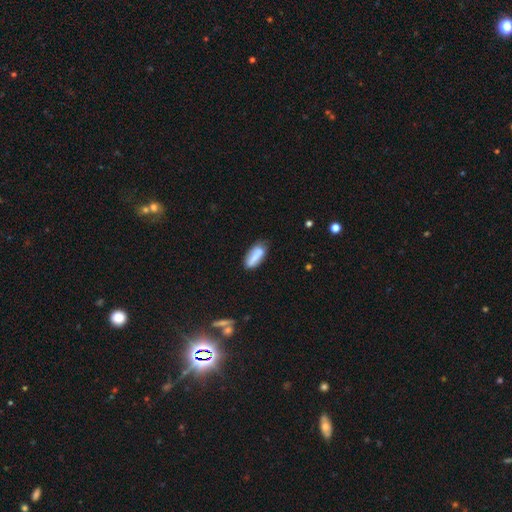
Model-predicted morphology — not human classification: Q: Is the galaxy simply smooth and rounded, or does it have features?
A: smooth — 70%.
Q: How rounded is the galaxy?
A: in between — 69%.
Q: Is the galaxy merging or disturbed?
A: none — 56%.